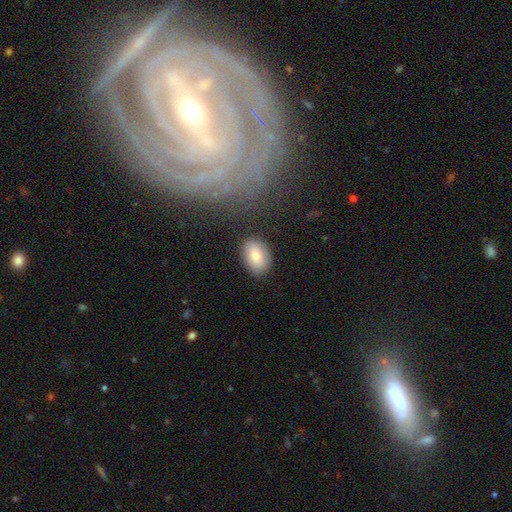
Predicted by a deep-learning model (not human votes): Morphology: type=smooth (79%); roundness=in between (83%); merging=none (85%).